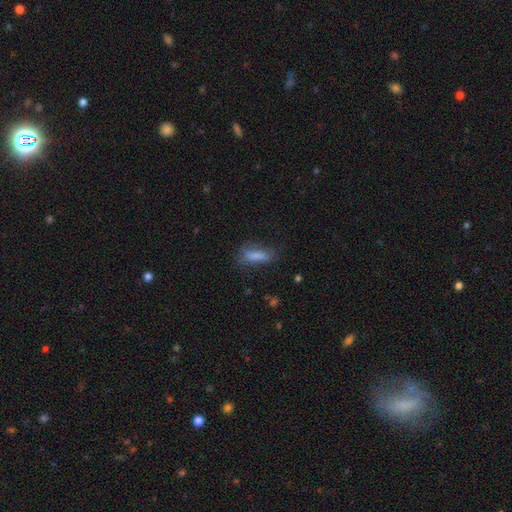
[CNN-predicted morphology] This appears to be a smooth galaxy with no disk features (76%) that is in between round and cigar-shaped (59%). Merging: none (56%).